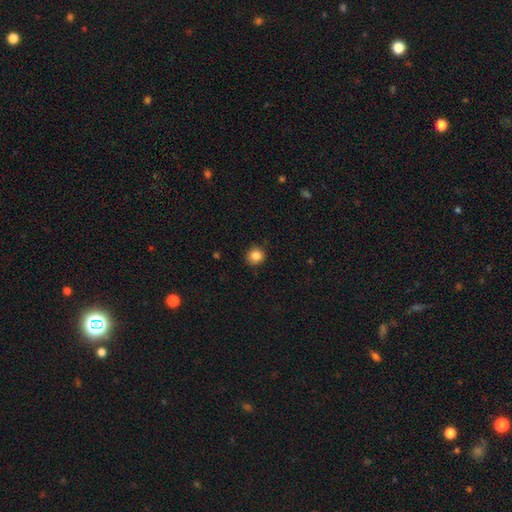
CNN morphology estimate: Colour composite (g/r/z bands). It shows a smooth galaxy with no disk features (85%) that is round (89%). Merging: none (89%).